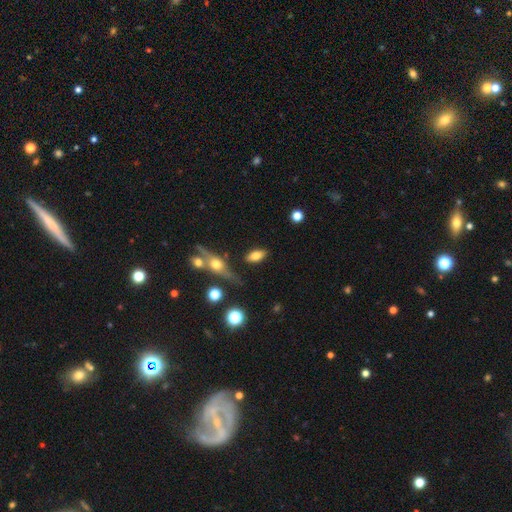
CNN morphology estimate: A smooth galaxy with no disk features (72%) that is in between round and cigar-shaped (87%).

Vote fractions:
- Smooth or featured? smooth: 72% / featured or disk: 20% / star or artifact: 8%
- How rounded? in between: 87% / cigar-shaped: 8% / round: 5%
- Merging? none: 78% / minor disturbance: 12% / merger: 6% / major disturbance: 4%